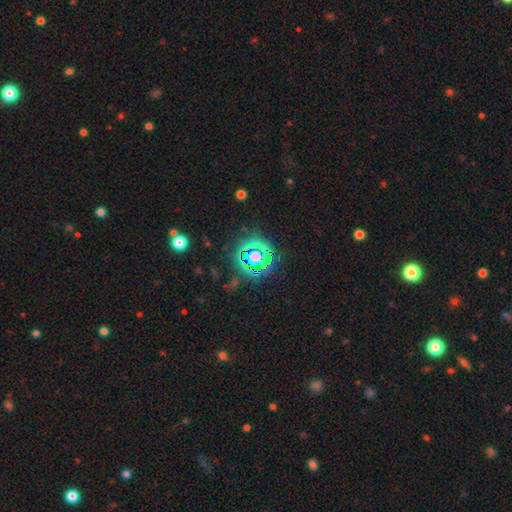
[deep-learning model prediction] Morphology: type=star or artifact (70%).